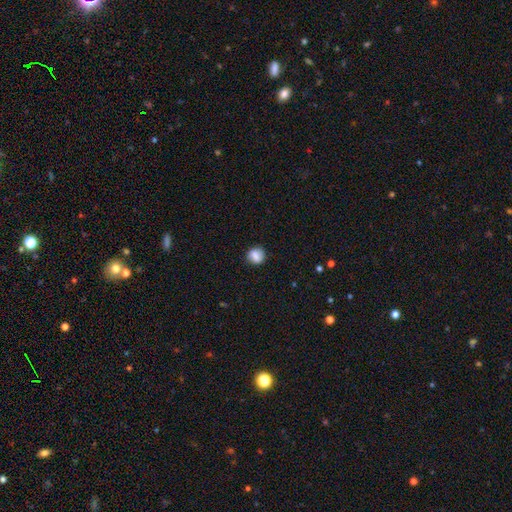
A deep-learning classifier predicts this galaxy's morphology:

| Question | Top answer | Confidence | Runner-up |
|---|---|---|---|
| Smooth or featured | smooth | 82% | featured or disk (9%) |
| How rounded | round | 79% | in between (20%) |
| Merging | none | 81% | minor disturbance (14%) |